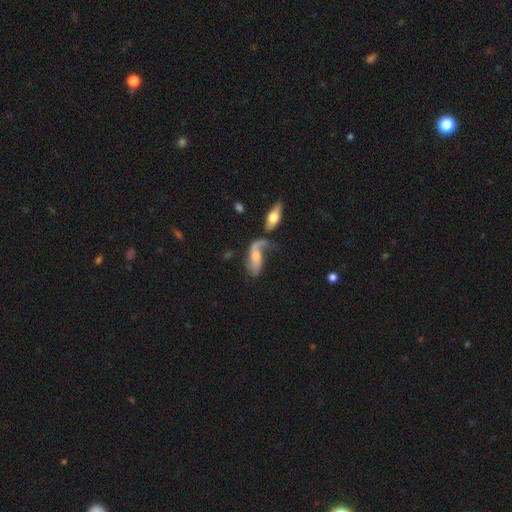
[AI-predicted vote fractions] smooth_or_featured: featured or disk (p=0.56) [alt: smooth p=0.36]
disk_edge_on: no (p=0.84) [alt: yes p=0.16]
merging: merger (p=0.34) [alt: major disturbance p=0.26]